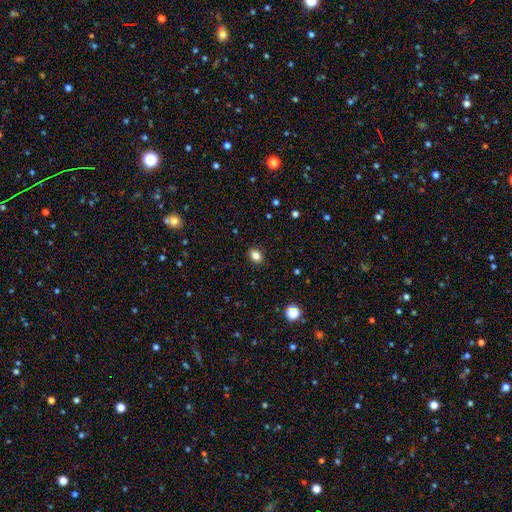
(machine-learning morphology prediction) Smooth or featured?
  - smooth: 83% *
  - star or artifact: 11%
  - featured or disk: 6%
How rounded?
  - in between: 67% *
  - round: 31%
  - cigar-shaped: 1%
Merging?
  - none: 89% *
  - minor disturbance: 8%
  - major disturbance: 2%
  - merger: 1%